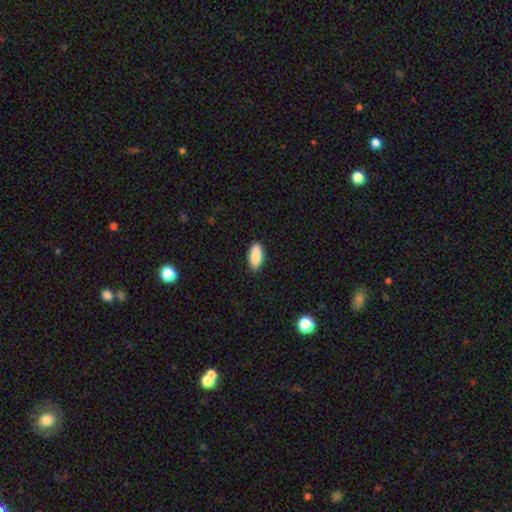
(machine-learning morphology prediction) Smooth or featured: smooth — 88% (star or artifact — 6%)
How rounded: in between — 87% (cigar-shaped — 11%)
Merging: none — 86% (minor disturbance — 11%)